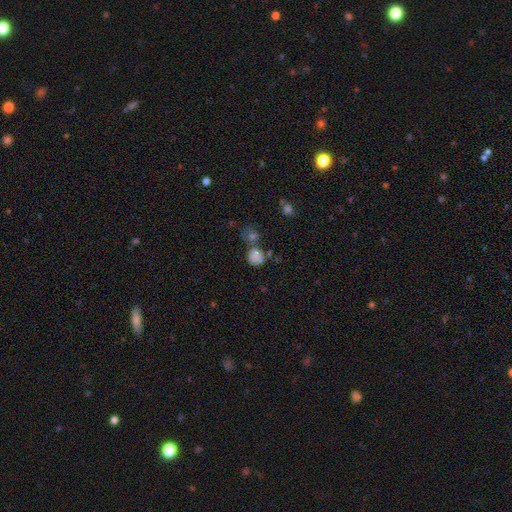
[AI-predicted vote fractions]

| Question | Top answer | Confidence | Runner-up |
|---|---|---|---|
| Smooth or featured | smooth | 77% | star or artifact (15%) |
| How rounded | round | 78% | in between (21%) |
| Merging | none | 55% | merger (23%) |